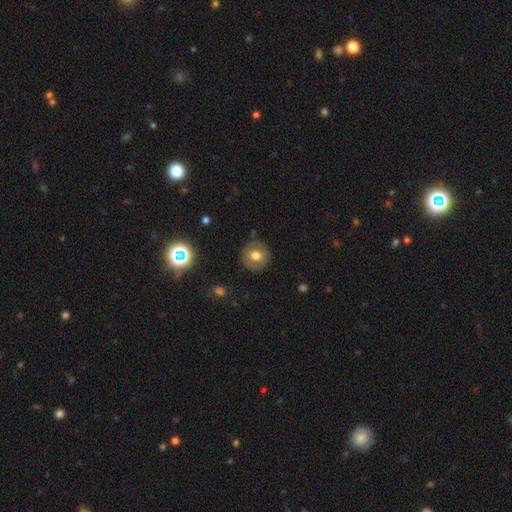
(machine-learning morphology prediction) smooth-or-featured: smooth: 64% | featured or disk: 26% | star or artifact: 10%
  how-rounded: round: 92% | in between: 7% | cigar-shaped: 1%
  merging: none: 86% | minor disturbance: 9% | major disturbance: 3% | merger: 1%